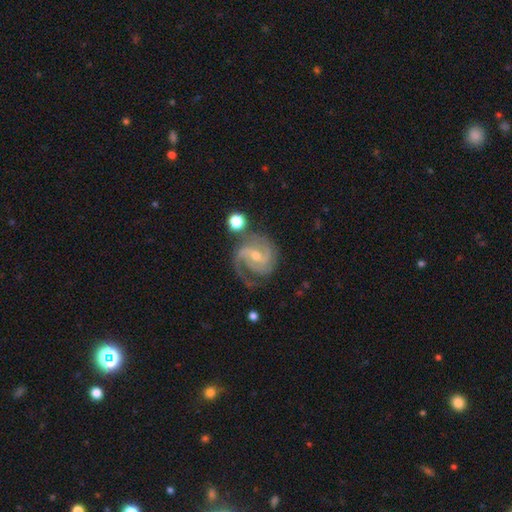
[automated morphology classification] Smooth or featured? Predicted: featured or disk (p=0.91). Edge-on disk? Predicted: no (p=0.98). Bar? Predicted: weak (p=0.48). Spiral arms? Predicted: yes (p=0.98). Spiral winding? Predicted: medium (p=0.48). Spiral arm count? Predicted: 2 (p=0.56). Bulge size? Predicted: small (p=0.53). Merging? Predicted: none (p=0.67).